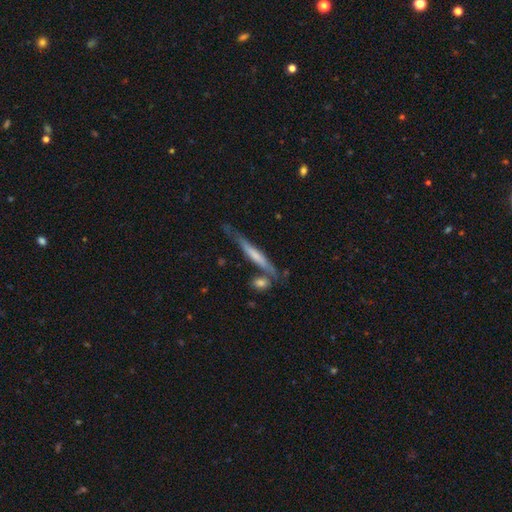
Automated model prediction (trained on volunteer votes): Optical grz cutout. It shows a featured or disk galaxy (51%) viewed edge-on (91%). Merging: none (65%).